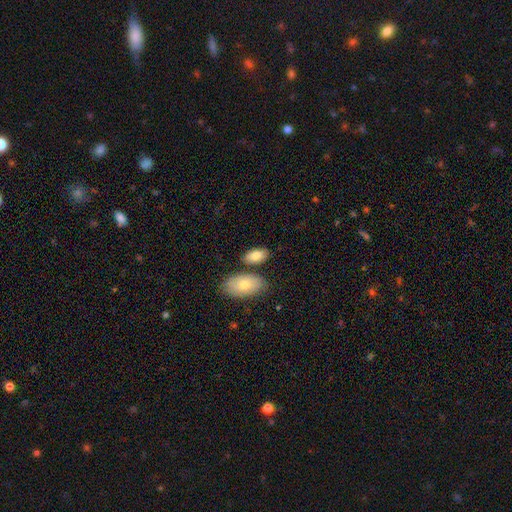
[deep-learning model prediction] Overall: smooth (80%). How rounded: in between (93%). Merging: none (68%).